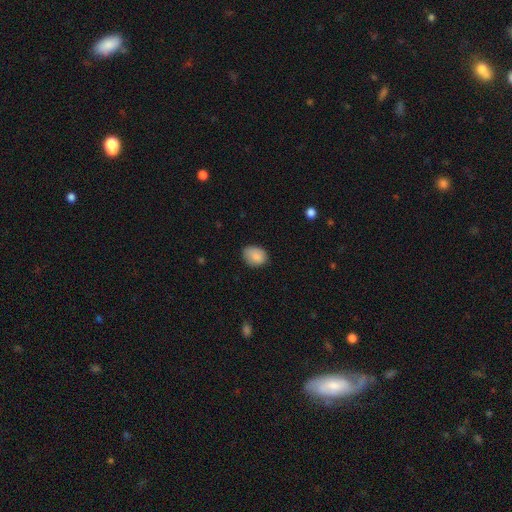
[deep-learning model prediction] A smooth galaxy with no disk features (87%) that is in between round and cigar-shaped (66%). Merging: none (75%).